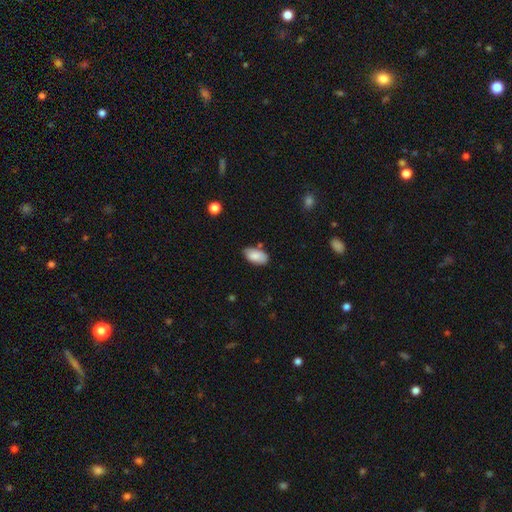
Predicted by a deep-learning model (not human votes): The model was most divided on "merging": none: 71%, minor disturbance: 22%, merger: 4%, major disturbance: 4%. More confident: how rounded — in between (95%); smooth or featured — smooth (85%).